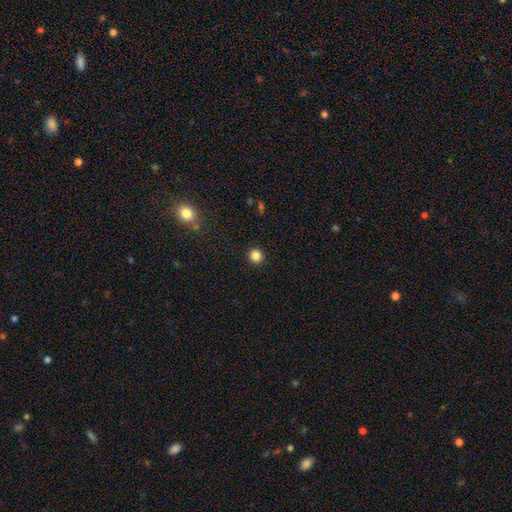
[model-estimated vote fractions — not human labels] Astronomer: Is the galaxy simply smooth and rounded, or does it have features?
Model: smooth — 85%.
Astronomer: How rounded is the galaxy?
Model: round — 94%.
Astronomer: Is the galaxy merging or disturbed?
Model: none — 93%.